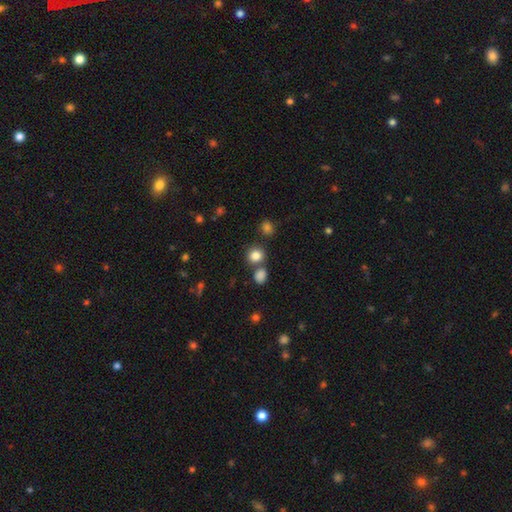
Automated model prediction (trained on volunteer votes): Smooth or featured?
  - smooth: 83% *
  - star or artifact: 12%
  - featured or disk: 5%
How rounded?
  - round: 81% *
  - in between: 18%
  - cigar-shaped: 1%
Merging?
  - none: 69% *
  - merger: 19%
  - minor disturbance: 8%
  - major disturbance: 3%